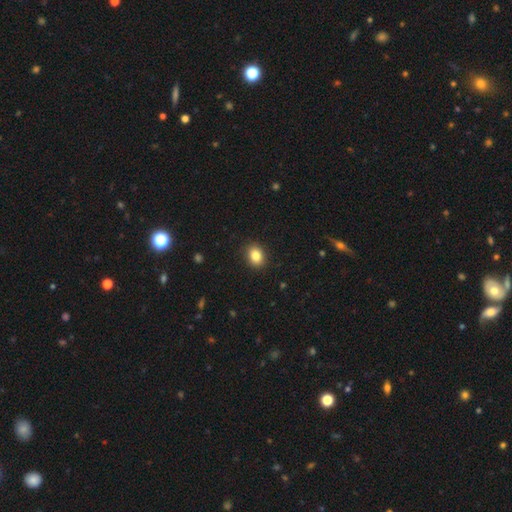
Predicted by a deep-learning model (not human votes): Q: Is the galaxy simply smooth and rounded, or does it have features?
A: smooth — 85%.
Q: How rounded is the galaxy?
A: in between — 55%.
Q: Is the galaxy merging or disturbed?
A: none — 90%.